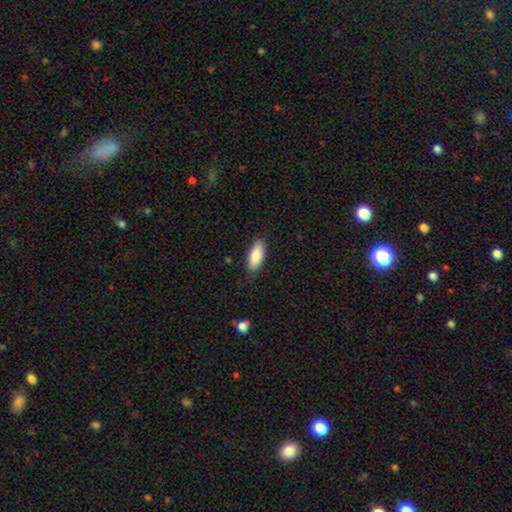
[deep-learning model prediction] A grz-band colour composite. It shows a smooth galaxy with no disk features (87%) that is in between round and cigar-shaped (80%). Merging: none (86%).